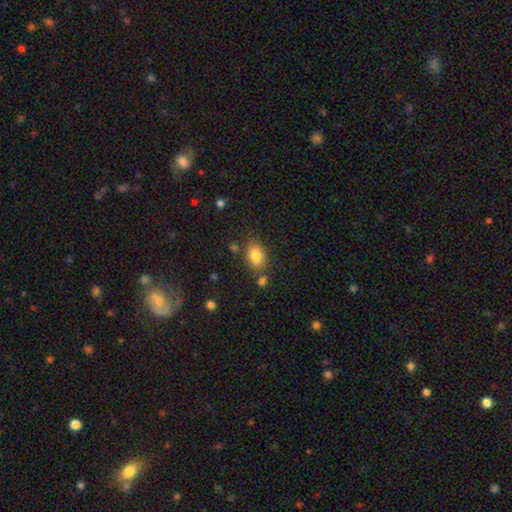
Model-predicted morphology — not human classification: Overall: smooth (83%). How rounded: in between (83%). Merging: none (76%).